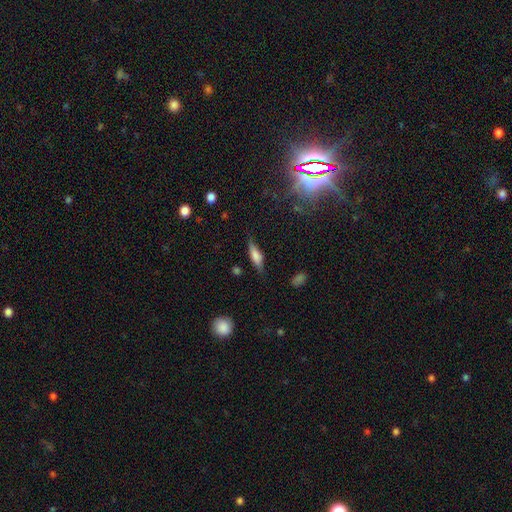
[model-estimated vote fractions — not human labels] Smooth or featured?
  - smooth: 62% *
  - featured or disk: 31%
  - star or artifact: 8%
How rounded?
  - cigar-shaped: 57% *
  - in between: 41%
  - round: 3%
Merging?
  - none: 74% *
  - minor disturbance: 19%
  - major disturbance: 5%
  - merger: 2%